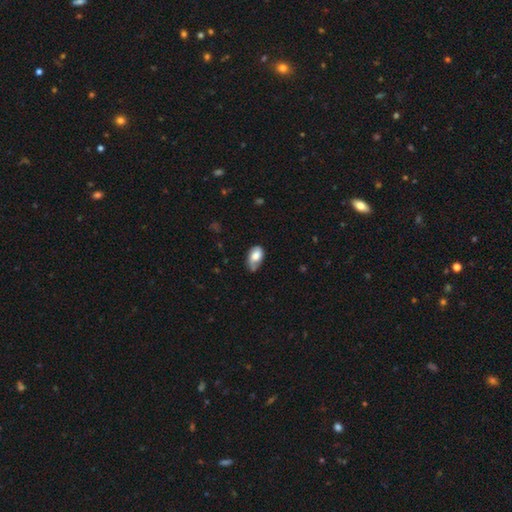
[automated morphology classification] The model was most divided on "merging": none: 45%, minor disturbance: 38%, major disturbance: 12%, merger: 5%. More confident: how rounded — in between (91%); smooth or featured — smooth (66%).